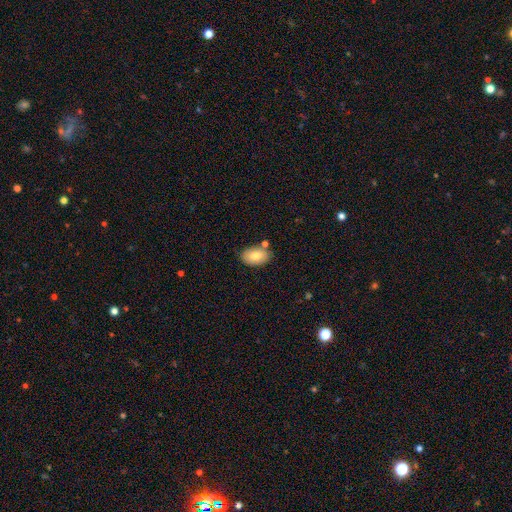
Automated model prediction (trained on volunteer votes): smooth 80%, featured or disk 13%, star or artifact 7%. Down the decision tree: how rounded — in between (90%); merging — none (77%).